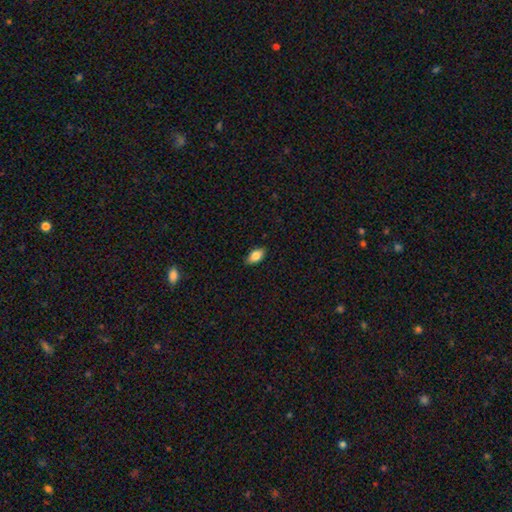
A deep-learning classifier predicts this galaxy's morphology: A smooth galaxy with no disk features (81%) that is in between round and cigar-shaped (90%). Merging: none (85%).